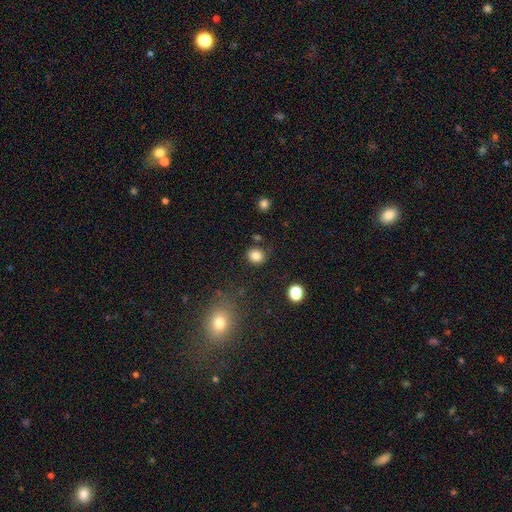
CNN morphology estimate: Overall: smooth (83%). How rounded: round (75%). Merging: none (80%).